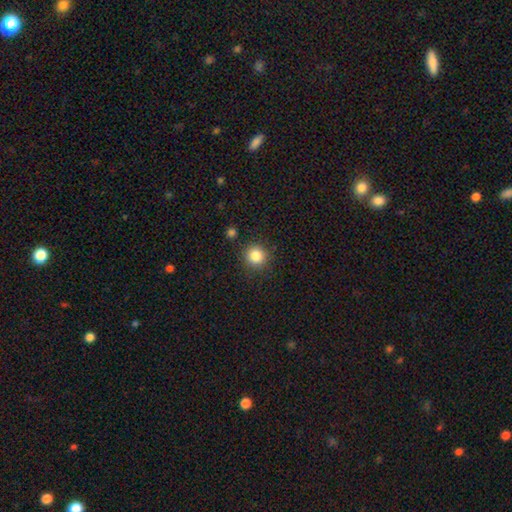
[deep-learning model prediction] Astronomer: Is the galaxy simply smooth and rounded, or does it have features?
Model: smooth — 84%.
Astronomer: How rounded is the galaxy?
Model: round — 93%.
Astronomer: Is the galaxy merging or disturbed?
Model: none — 87%.